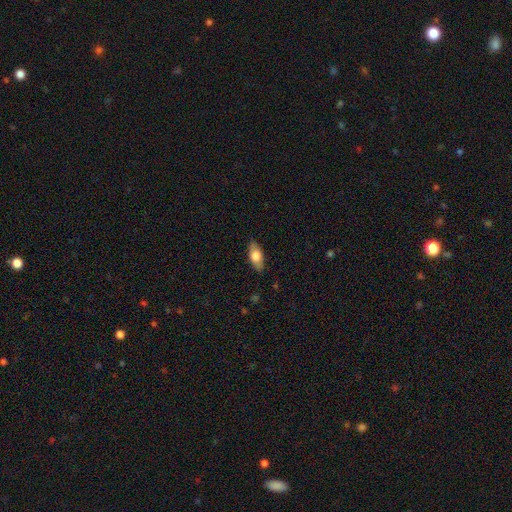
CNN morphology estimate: Smooth or featured? Predicted: smooth (p=0.68). How rounded? Predicted: in between (p=0.84). Merging? Predicted: none (p=0.85).